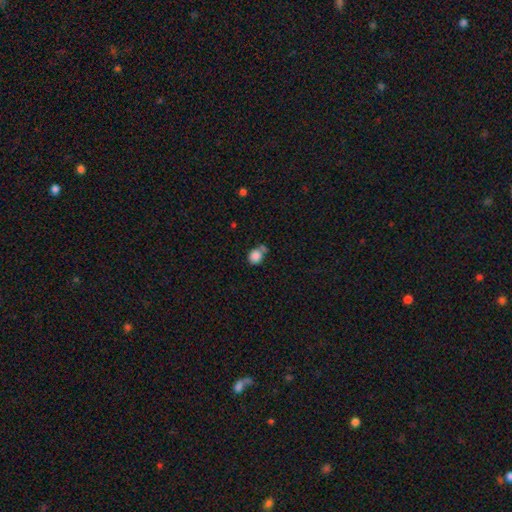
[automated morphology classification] Q: Smooth or featured?
A: smooth (85%); runner-up: star or artifact (10%)
Q: How rounded?
A: round (73%); runner-up: in between (26%)
Q: Merging?
A: none (51%); runner-up: merger (25%)